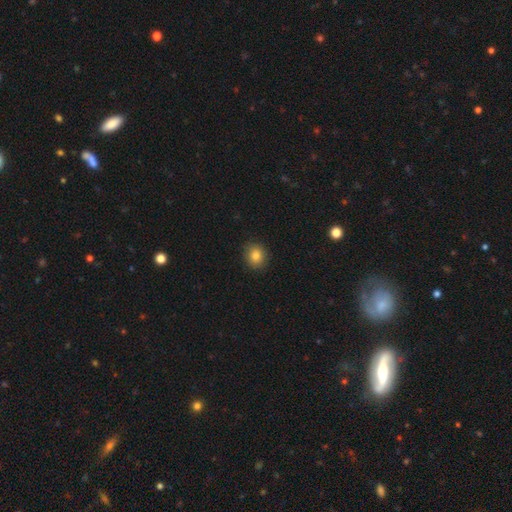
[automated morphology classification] Smooth or featured?
  - smooth: 82% *
  - star or artifact: 11%
  - featured or disk: 7%
How rounded?
  - round: 78% *
  - in between: 21%
  - cigar-shaped: 1%
Merging?
  - none: 90% *
  - minor disturbance: 7%
  - major disturbance: 2%
  - merger: 1%